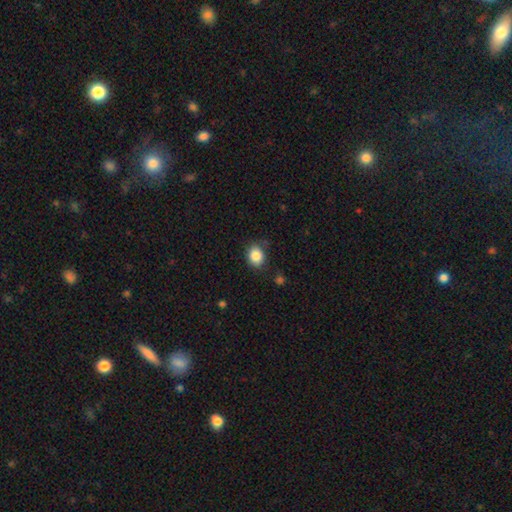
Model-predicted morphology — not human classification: Overall: smooth (86%). How rounded: round (58%; in between 42%). Merging: none (77%).